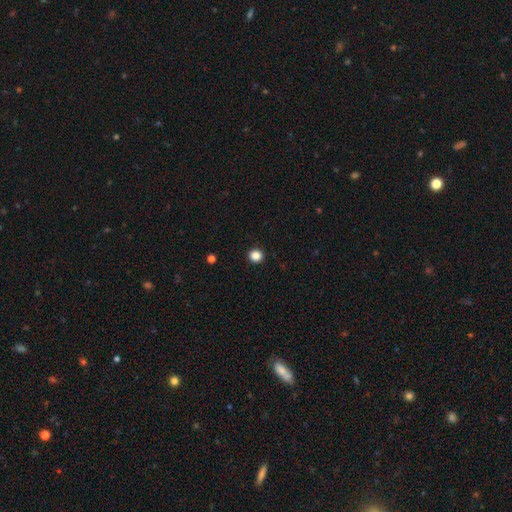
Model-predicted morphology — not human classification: Smooth or featured?
  - smooth: 85% *
  - star or artifact: 12%
  - featured or disk: 3%
How rounded?
  - round: 91% *
  - in between: 8%
  - cigar-shaped: 1%
Merging?
  - none: 93% *
  - minor disturbance: 4%
  - major disturbance: 2%
  - merger: 1%